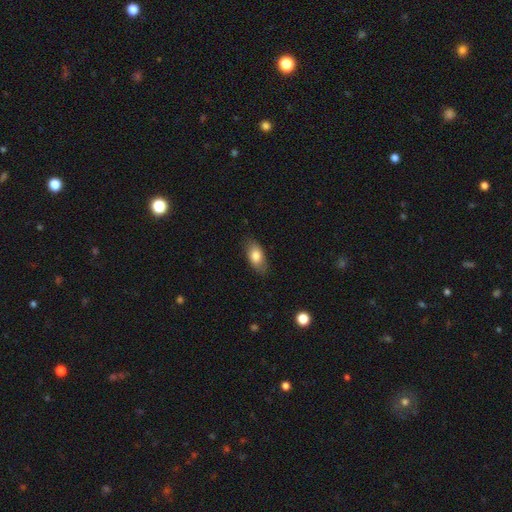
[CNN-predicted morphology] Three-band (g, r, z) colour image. It shows a smooth galaxy with no disk features (81%) that is in between round and cigar-shaped (90%). Merging: none (82%).